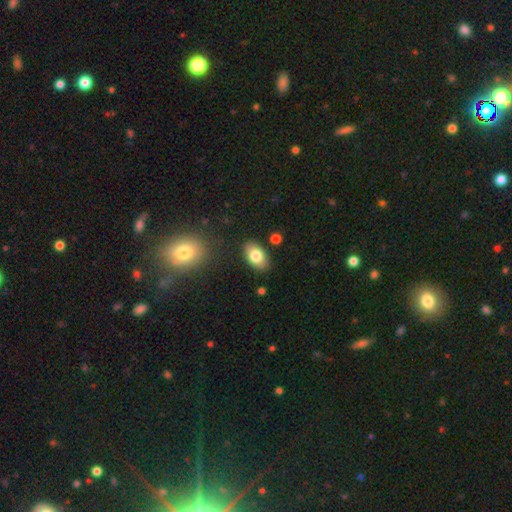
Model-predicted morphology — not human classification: smooth_or_featured: smooth (p=0.80) [alt: featured or disk p=0.13]
how_rounded: in between (p=0.92) [alt: round p=0.07]
merging: none (p=0.86) [alt: minor disturbance p=0.09]